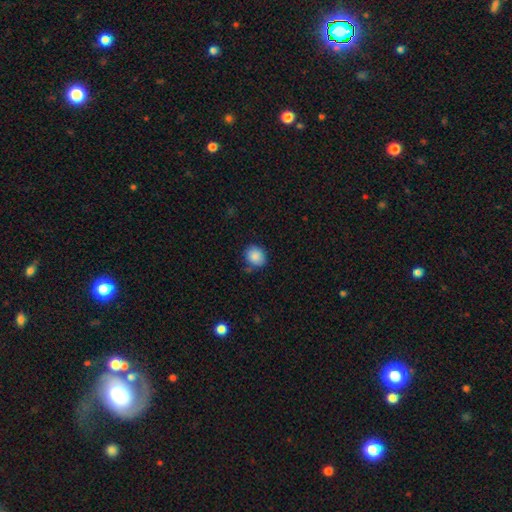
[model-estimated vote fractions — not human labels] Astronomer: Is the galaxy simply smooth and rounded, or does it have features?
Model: smooth — 87%.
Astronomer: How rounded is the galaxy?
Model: round — 63%.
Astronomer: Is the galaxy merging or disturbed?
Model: none — 78%.